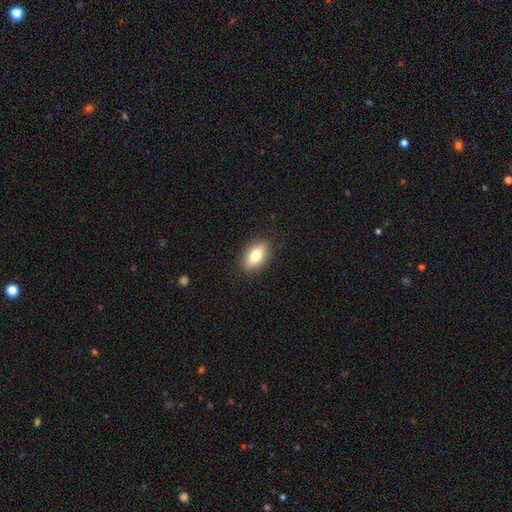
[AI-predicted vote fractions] Q: Smooth or featured?
A: smooth (74%); runner-up: featured or disk (19%)
Q: How rounded?
A: in between (85%); runner-up: round (8%)
Q: Merging?
A: none (87%); runner-up: minor disturbance (9%)